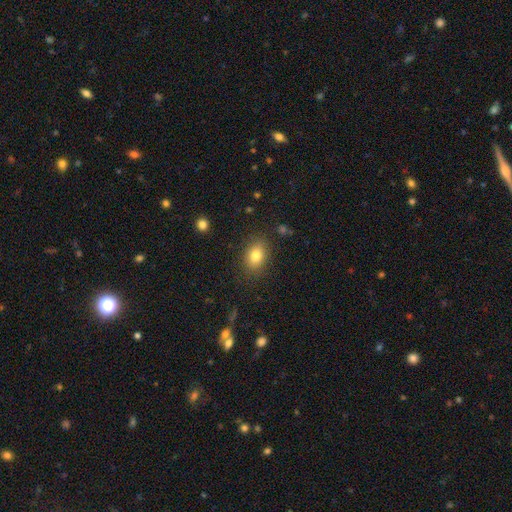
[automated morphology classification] Q: Smooth or featured?
A: smooth (81%); runner-up: star or artifact (10%)
Q: How rounded?
A: in between (75%); runner-up: round (23%)
Q: Merging?
A: none (84%); runner-up: minor disturbance (11%)